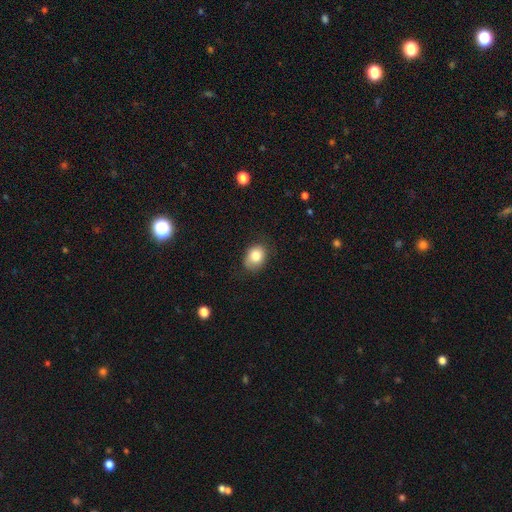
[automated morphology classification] Smooth or featured? smooth (81%)
How rounded? in between (54%)
Merging? none (72%)